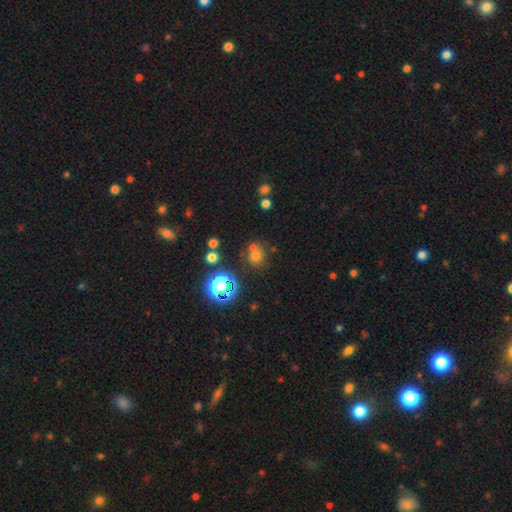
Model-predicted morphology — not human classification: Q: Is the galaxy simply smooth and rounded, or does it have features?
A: smooth — 61%.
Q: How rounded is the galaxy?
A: round — 82%.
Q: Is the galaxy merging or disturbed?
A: none — 61%.